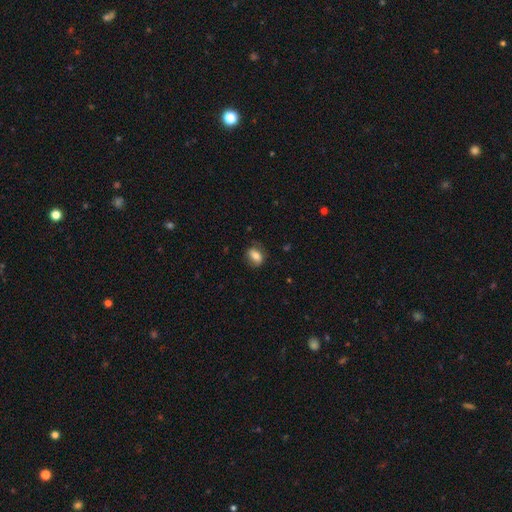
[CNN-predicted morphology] A smooth galaxy with no disk features (72%) that is in between round and cigar-shaped (73%). Merging: none (74%).